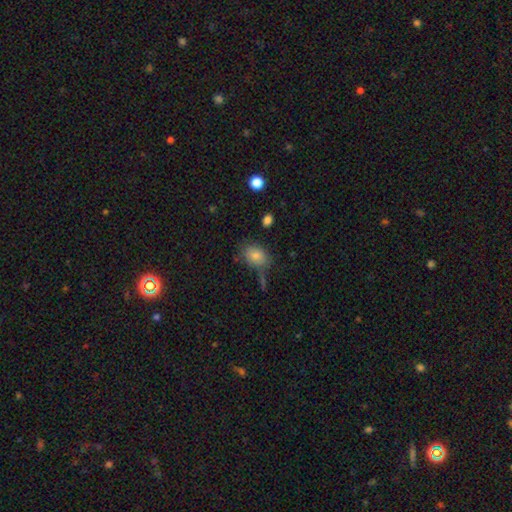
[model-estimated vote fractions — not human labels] Smooth or featured?
  - smooth: 82% *
  - featured or disk: 9%
  - star or artifact: 9%
How rounded?
  - in between: 72% *
  - round: 26%
  - cigar-shaped: 1%
Merging?
  - none: 62% *
  - minor disturbance: 21%
  - merger: 9%
  - major disturbance: 8%